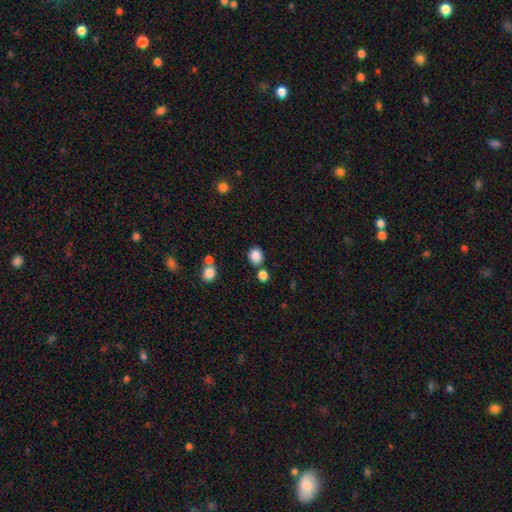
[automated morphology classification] smooth-or-featured: smooth: 85% | star or artifact: 11% | featured or disk: 4%
  how-rounded: round: 64% | in between: 36% | cigar-shaped: 1%
  merging: none: 75% | minor disturbance: 11% | merger: 10% | major disturbance: 4%